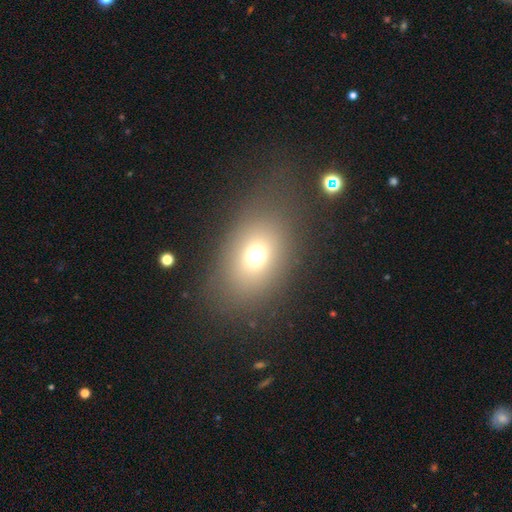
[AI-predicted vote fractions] Smooth or featured?
  - smooth: 68% *
  - star or artifact: 18%
  - featured or disk: 14%
How rounded?
  - in between: 66% *
  - round: 32%
  - cigar-shaped: 2%
Merging?
  - none: 76% *
  - minor disturbance: 11%
  - major disturbance: 11%
  - merger: 2%